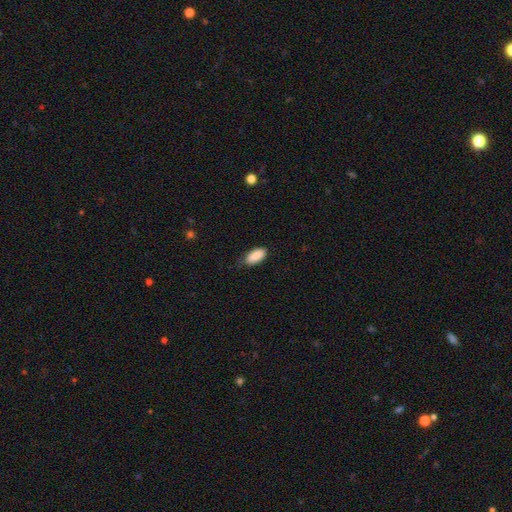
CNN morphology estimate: Smooth or featured: smooth — 90% (star or artifact — 7%)
How rounded: in between — 92% (cigar-shaped — 6%)
Merging: none — 75% (minor disturbance — 20%)